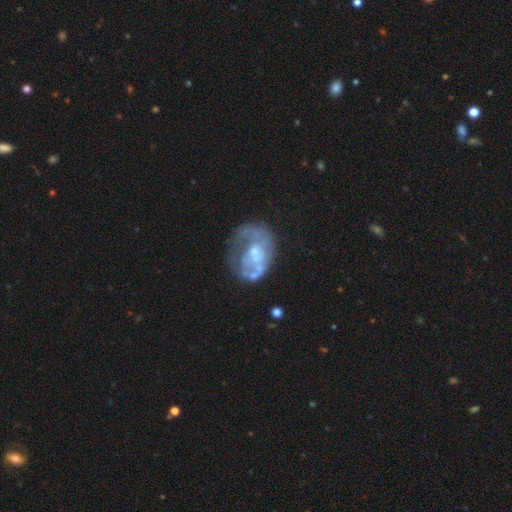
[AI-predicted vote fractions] Morphology: type=featured or disk (69%); edge-on=no (98%); bar=no (79%); spiral arms=no (62%); bulge=small (52%); merging=none (37%).